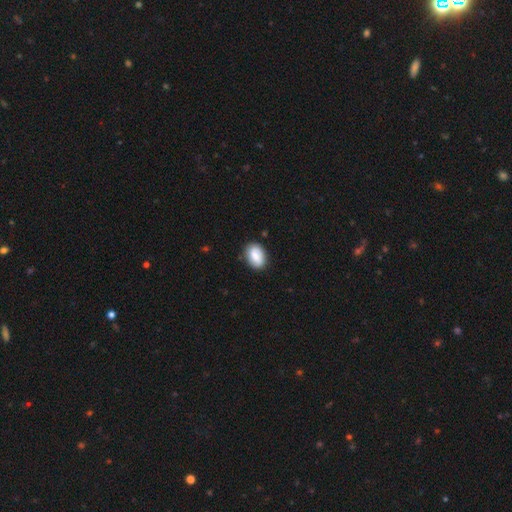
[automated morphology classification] Smooth or featured: smooth — 80% (featured or disk — 14%)
How rounded: in between — 85% (round — 14%)
Merging: none — 83% (minor disturbance — 13%)